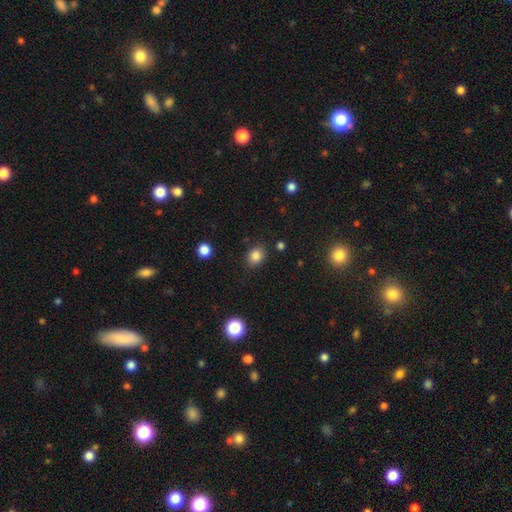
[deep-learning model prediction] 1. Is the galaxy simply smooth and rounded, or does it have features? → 84% smooth, 11% star or artifact, 5% featured or disk.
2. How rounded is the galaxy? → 51% round, 48% in between, 1% cigar-shaped.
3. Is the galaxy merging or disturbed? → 84% none, 11% minor disturbance, 3% major disturbance, 2% merger.